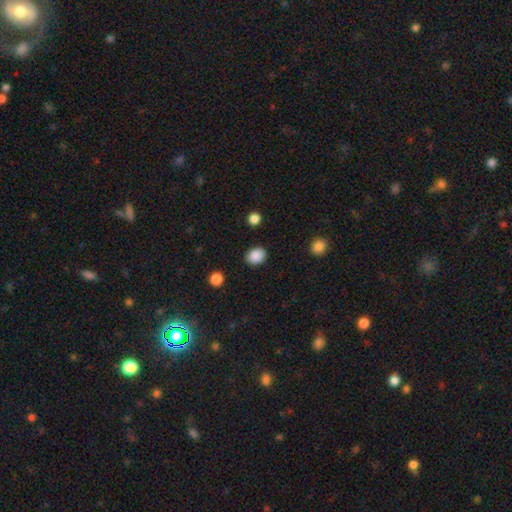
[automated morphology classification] The model was most divided on "how rounded": round: 52%, in between: 47%, cigar-shaped: 1%. More confident: merging — none (88%); smooth or featured — smooth (88%).